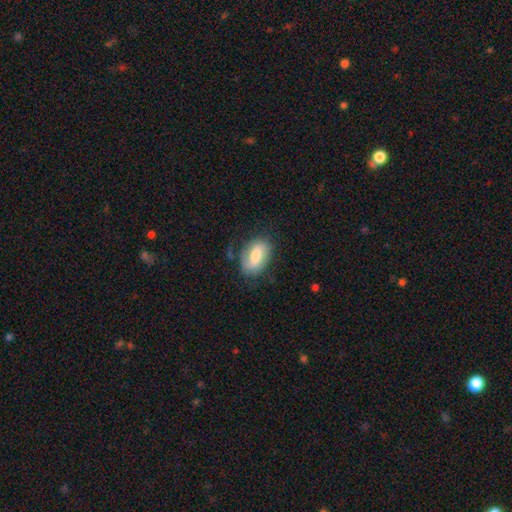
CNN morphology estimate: smooth 59%, featured or disk 33%, star or artifact 8%. Down the decision tree: how rounded — in between (89%); merging — none (64%).